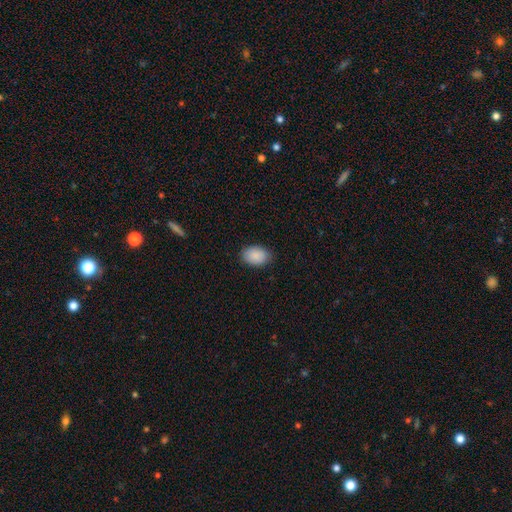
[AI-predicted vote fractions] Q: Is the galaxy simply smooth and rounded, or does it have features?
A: smooth — 90%.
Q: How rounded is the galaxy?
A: in between — 84%.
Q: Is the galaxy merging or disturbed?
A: none — 85%.